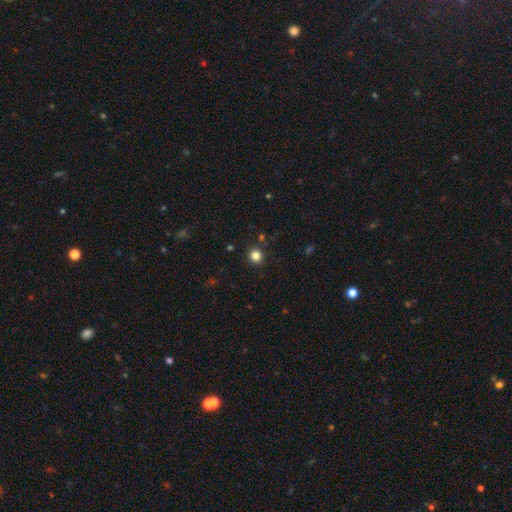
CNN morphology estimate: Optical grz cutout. It shows a smooth galaxy with no disk features (82%) that is round (93%). Merging: none (90%).